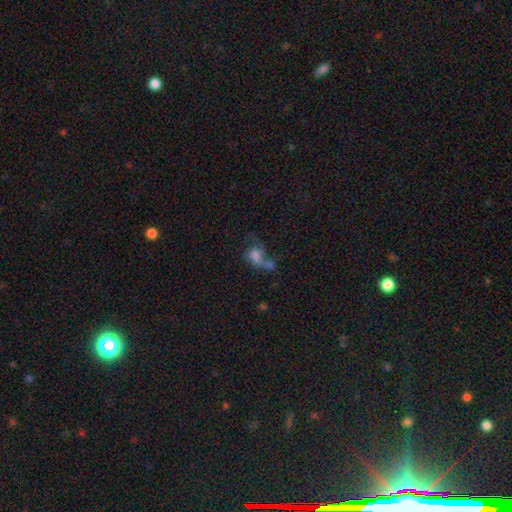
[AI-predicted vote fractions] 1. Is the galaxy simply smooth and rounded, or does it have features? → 55% smooth, 31% featured or disk, 13% star or artifact.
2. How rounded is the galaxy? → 63% in between, 35% round, 2% cigar-shaped.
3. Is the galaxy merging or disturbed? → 40% merger, 25% major disturbance, 21% none, 13% minor disturbance.